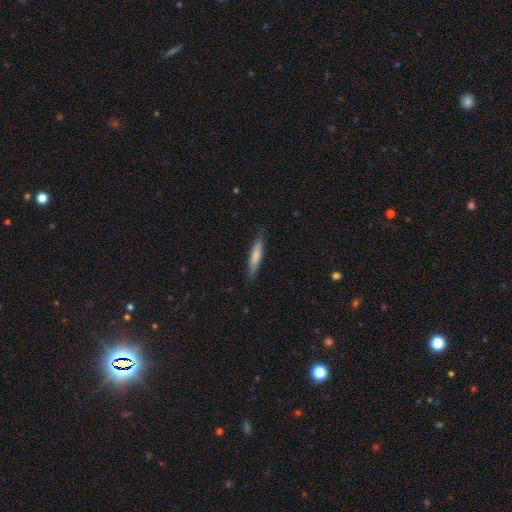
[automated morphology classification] Overall: smooth (73%). How rounded: cigar-shaped (89%). Merging: none (85%).